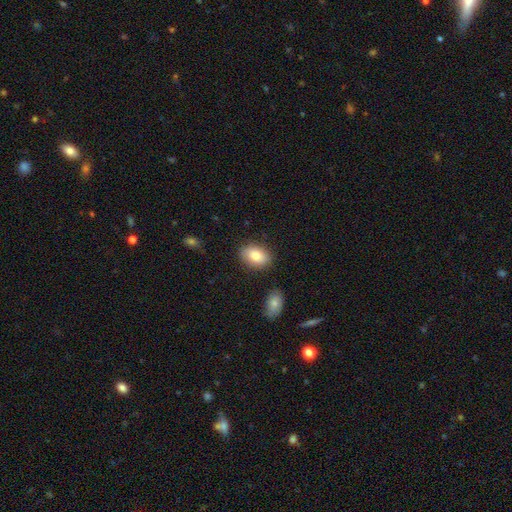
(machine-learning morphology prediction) A smooth galaxy with no disk features (81%) that is in between round and cigar-shaped (82%). Merging: none (84%).